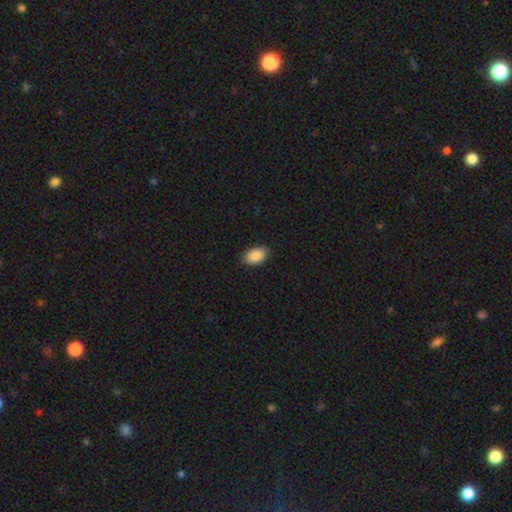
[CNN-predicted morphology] The model was most divided on "merging": none: 87%, minor disturbance: 10%, major disturbance: 2%, merger: 1%. More confident: how rounded — in between (92%); smooth or featured — smooth (89%).